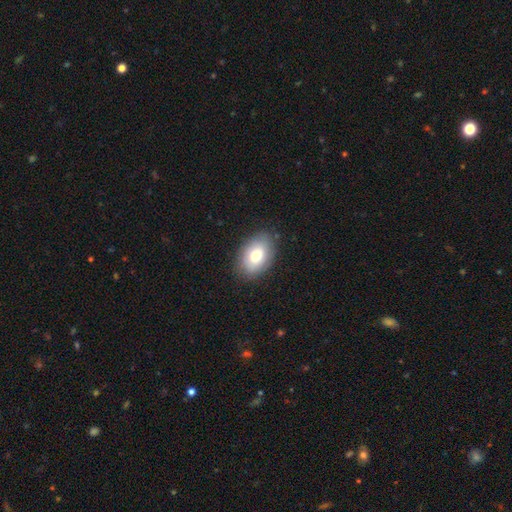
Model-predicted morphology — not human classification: smooth 75%, featured or disk 18%, star or artifact 8%. Down the decision tree: how rounded — in between (87%); merging — none (84%).